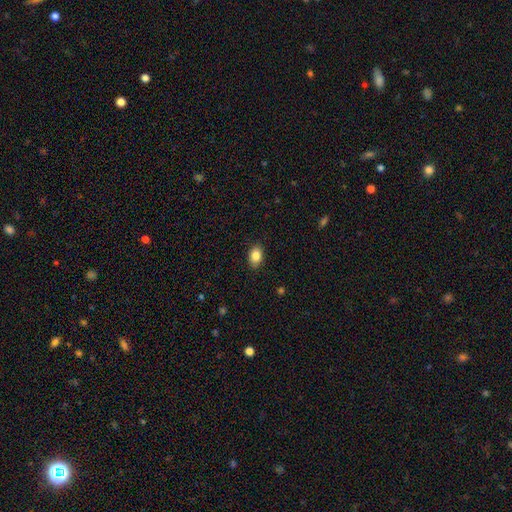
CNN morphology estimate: This is clearly a smooth galaxy (86%). How rounded: clearly in between (82%). Merging: clearly none (88%).